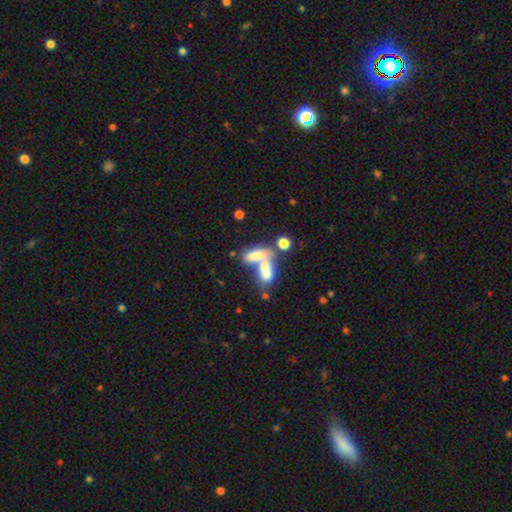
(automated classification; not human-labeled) This is likely a smooth galaxy (72%). How rounded: likely in between (76%). Merging: likely merger (66%).